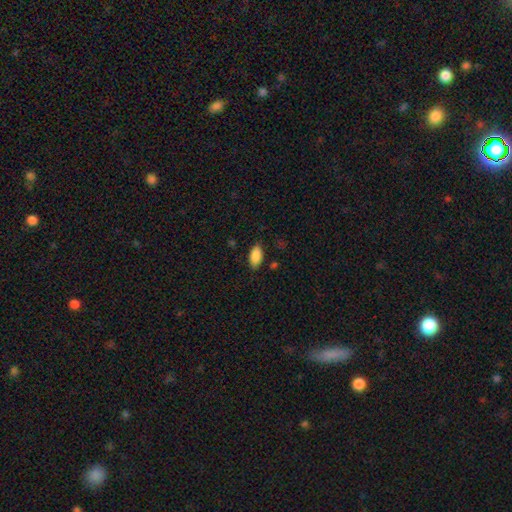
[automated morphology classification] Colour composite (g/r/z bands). It shows a smooth galaxy with no disk features (89%) that is in between round and cigar-shaped (92%). Merging: none (84%).